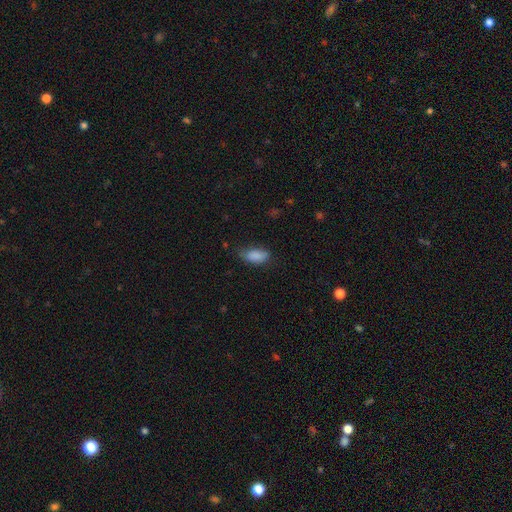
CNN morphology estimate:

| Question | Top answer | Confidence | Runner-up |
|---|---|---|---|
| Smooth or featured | smooth | 86% | star or artifact (8%) |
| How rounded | in between | 88% | cigar-shaped (9%) |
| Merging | none | 63% | minor disturbance (28%) |